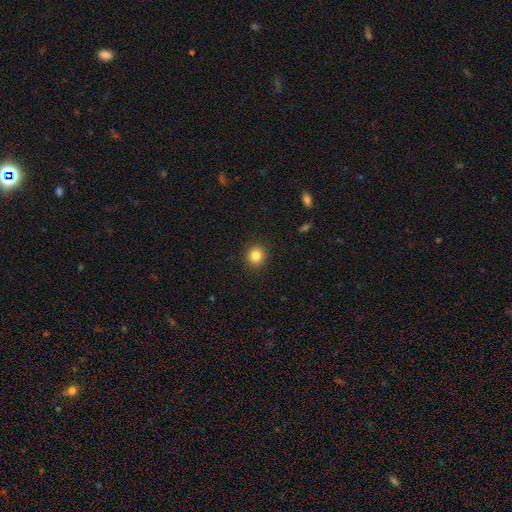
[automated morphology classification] Smooth or featured? Predicted: smooth (p=0.83). How rounded? Predicted: round (p=0.88). Merging? Predicted: none (p=0.91).